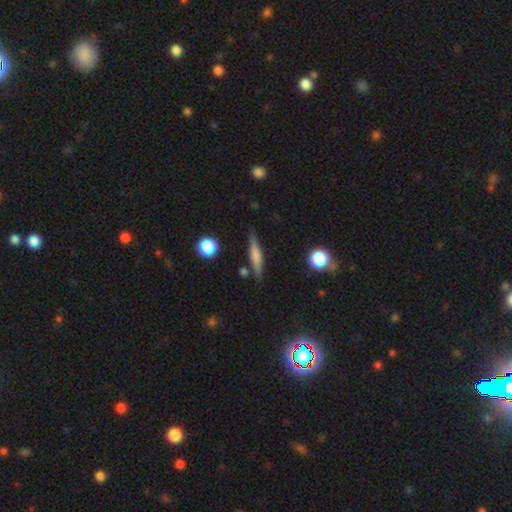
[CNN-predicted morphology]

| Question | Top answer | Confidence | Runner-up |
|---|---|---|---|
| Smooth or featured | smooth | 50% | featured or disk (43%) |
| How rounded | cigar-shaped | 84% | in between (13%) |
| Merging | none | 83% | minor disturbance (11%) |